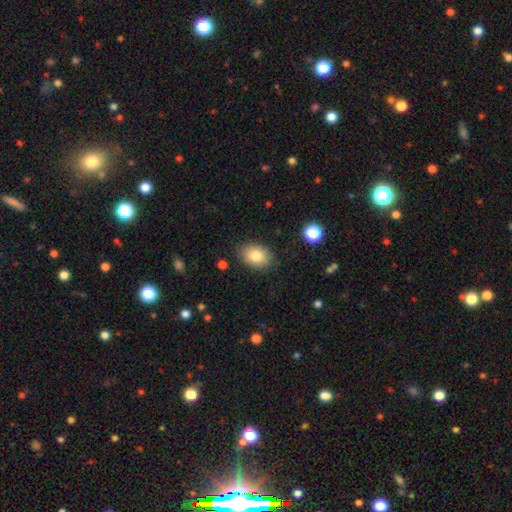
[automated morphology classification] Overall: smooth (82%). How rounded: in between (77%). Merging: none (84%).